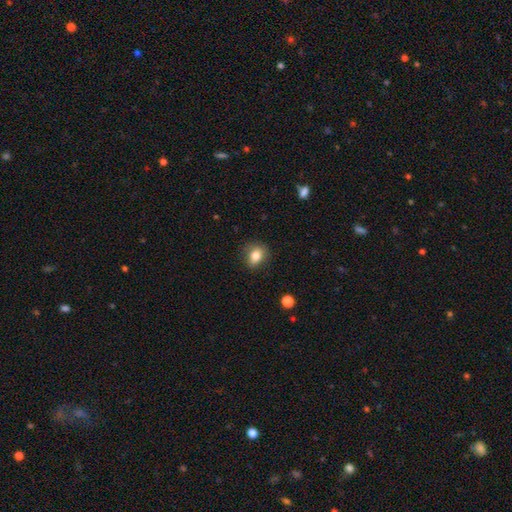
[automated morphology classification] smooth-or-featured: smooth: 81% | star or artifact: 10% | featured or disk: 9%
  how-rounded: in between: 53% | round: 45% | cigar-shaped: 1%
  merging: none: 78% | minor disturbance: 17% | major disturbance: 4% | merger: 1%